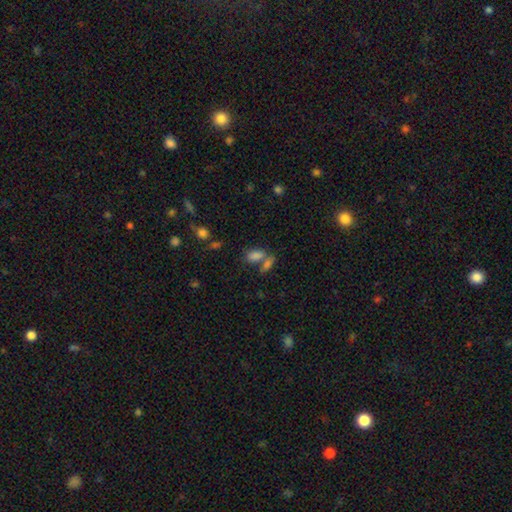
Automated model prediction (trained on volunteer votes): smooth_or_featured: smooth (p=0.80) [alt: star or artifact p=0.12]
how_rounded: in between (p=0.86) [alt: cigar-shaped p=0.07]
merging: merger (p=0.46) [alt: none p=0.39]